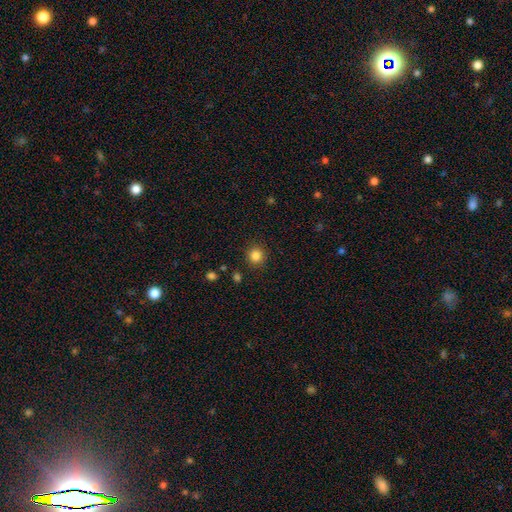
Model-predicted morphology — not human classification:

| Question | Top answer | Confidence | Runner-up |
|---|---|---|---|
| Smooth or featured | smooth | 84% | star or artifact (11%) |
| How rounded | round | 93% | in between (6%) |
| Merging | none | 90% | minor disturbance (6%) |